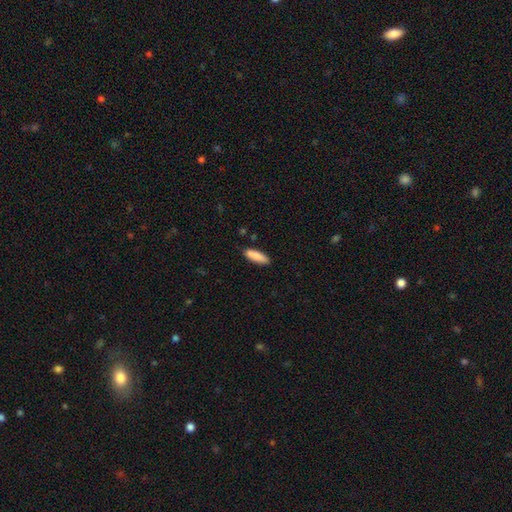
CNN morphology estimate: Overall: smooth (88%). How rounded: in between (51%; cigar-shaped 48%). Merging: none (86%).